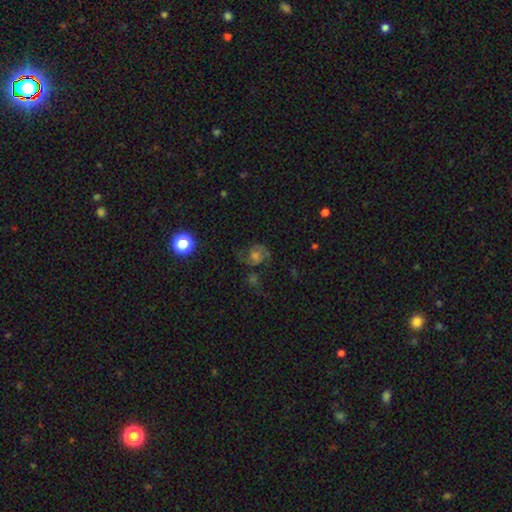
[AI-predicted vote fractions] This appears to be a featured or disk galaxy (55%) with no bar (71%), spiral arms (84%) and a moderate central bulge (50%). Merging: none (59%).